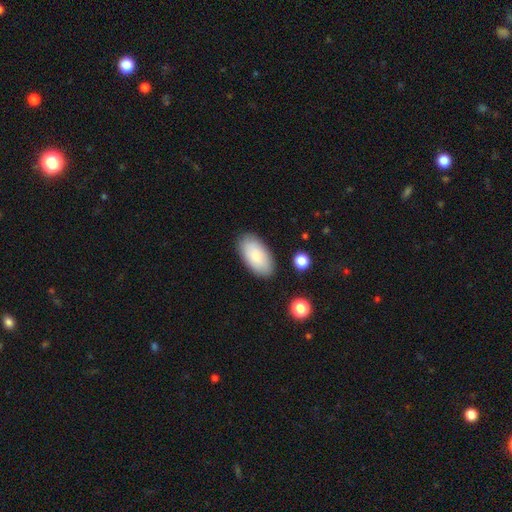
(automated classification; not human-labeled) This appears to be a smooth galaxy with no disk features (82%) that is in between round and cigar-shaped (95%). Merging: none (85%).